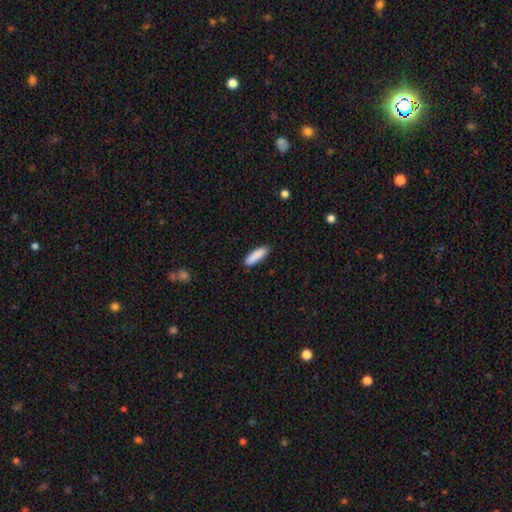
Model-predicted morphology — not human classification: A smooth galaxy with no disk features (89%) that is cigar-shaped (55%).

Vote fractions:
- Smooth or featured? smooth: 89% / star or artifact: 6% / featured or disk: 5%
- How rounded? cigar-shaped: 55% / in between: 44% / round: 1%
- Merging? none: 88% / minor disturbance: 9% / major disturbance: 2% / merger: 1%